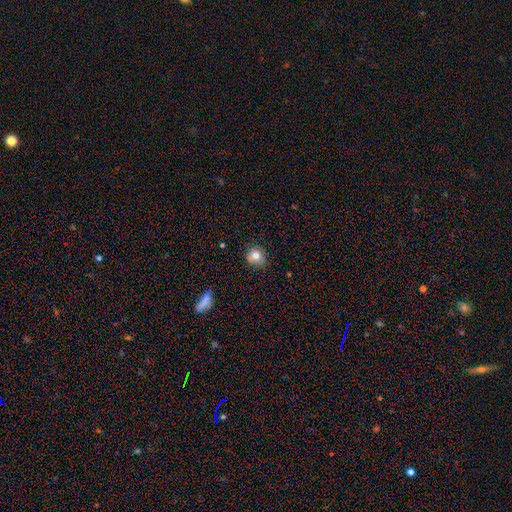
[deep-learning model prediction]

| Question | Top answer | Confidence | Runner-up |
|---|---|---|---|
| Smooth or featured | smooth | 78% | star or artifact (12%) |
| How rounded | round | 84% | in between (15%) |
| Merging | none | 77% | minor disturbance (17%) |